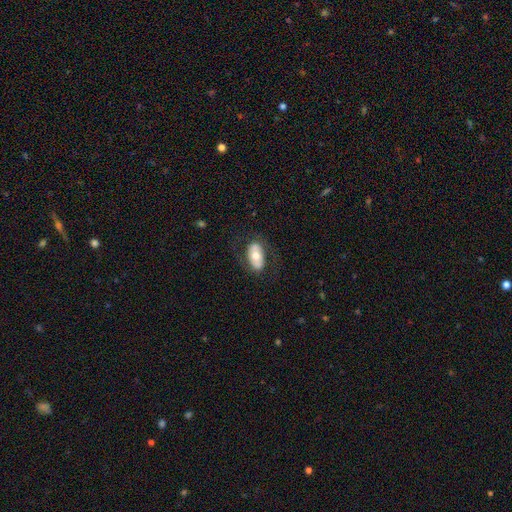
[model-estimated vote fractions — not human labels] Q: Smooth or featured?
A: smooth (55%); runner-up: featured or disk (39%)
Q: How rounded?
A: in between (93%); runner-up: round (5%)
Q: Merging?
A: none (74%); runner-up: minor disturbance (15%)